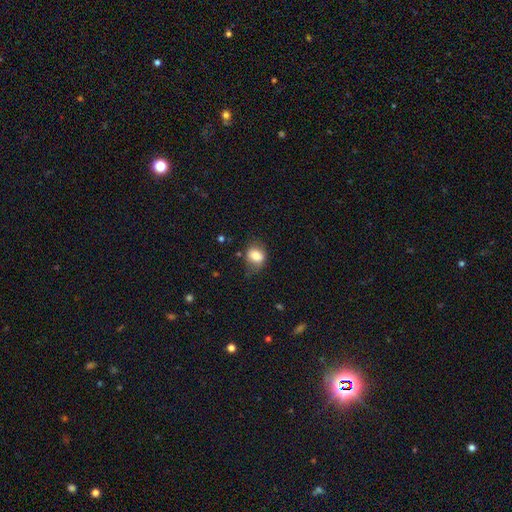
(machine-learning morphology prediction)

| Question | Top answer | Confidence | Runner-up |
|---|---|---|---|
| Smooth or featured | smooth | 78% | featured or disk (13%) |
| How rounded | in between | 51% | round (48%) |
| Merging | none | 57% | minor disturbance (29%) |